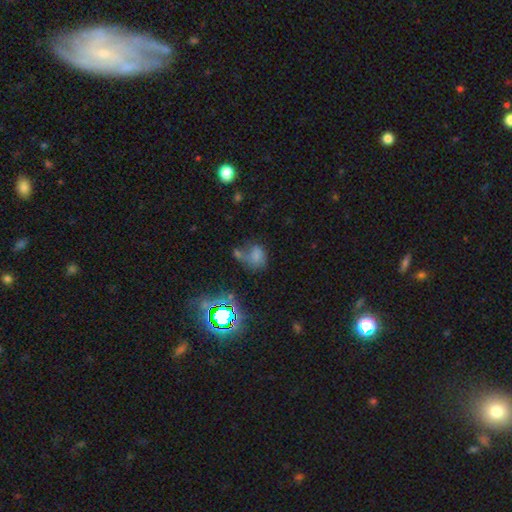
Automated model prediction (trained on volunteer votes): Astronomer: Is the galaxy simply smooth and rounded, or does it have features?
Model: smooth — 55%.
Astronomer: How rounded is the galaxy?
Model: in between — 64%.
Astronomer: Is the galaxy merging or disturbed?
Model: merger — 33% (runner-up: none, 27%).